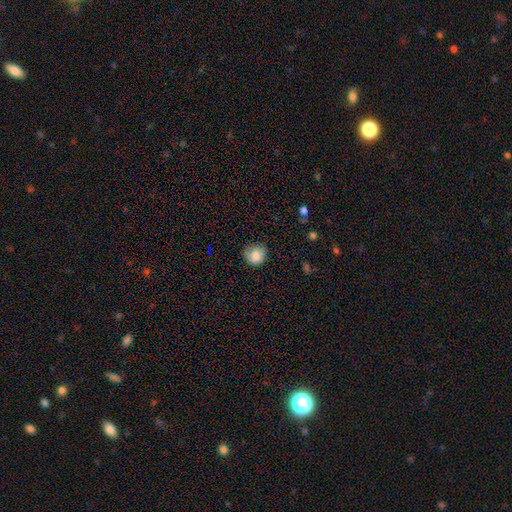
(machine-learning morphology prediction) type=smooth (85%); roundness=round (88%); merging=none (70%).